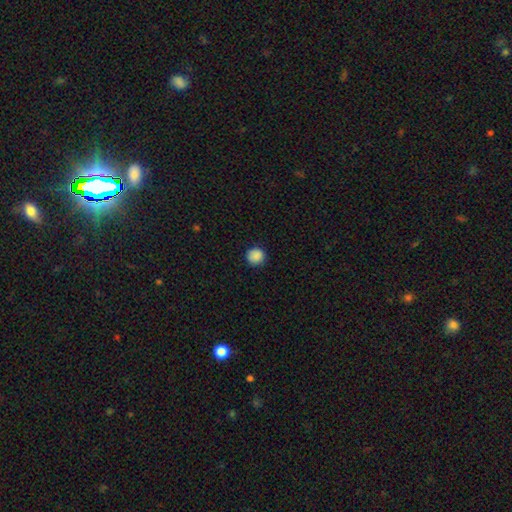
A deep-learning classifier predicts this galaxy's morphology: Smooth or featured?
  - smooth: 88% *
  - star or artifact: 9%
  - featured or disk: 3%
How rounded?
  - round: 94% *
  - in between: 5%
  - cigar-shaped: 1%
Merging?
  - none: 89% *
  - minor disturbance: 8%
  - major disturbance: 2%
  - merger: 1%